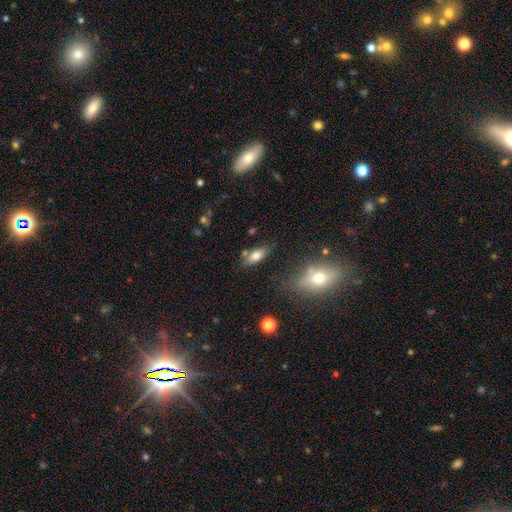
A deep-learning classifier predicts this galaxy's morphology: smooth-or-featured: smooth: 75% | featured or disk: 16% | star or artifact: 9%
  how-rounded: in between: 80% | cigar-shaped: 16% | round: 4%
  merging: none: 71% | minor disturbance: 16% | merger: 8% | major disturbance: 5%